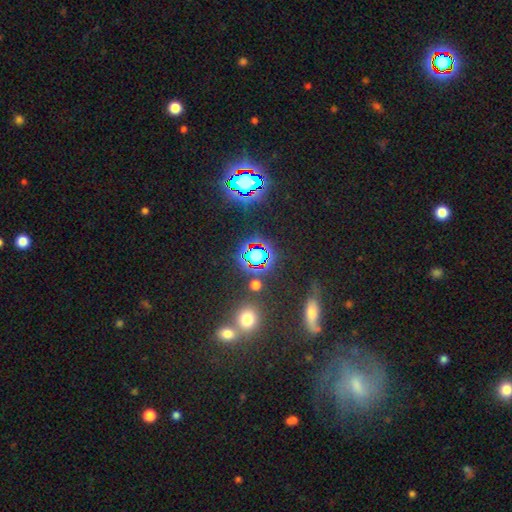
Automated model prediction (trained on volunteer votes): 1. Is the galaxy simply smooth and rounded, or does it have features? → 68% star or artifact, 22% smooth, 11% featured or disk.